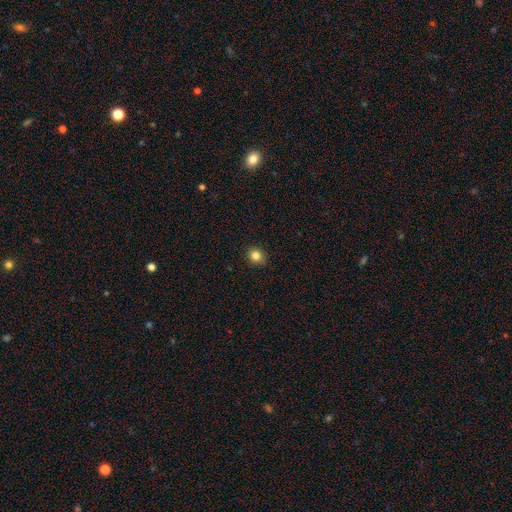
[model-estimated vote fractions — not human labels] smooth_or_featured: smooth (p=0.83) [alt: star or artifact p=0.12]
how_rounded: round (p=0.82) [alt: in between p=0.18]
merging: none (p=0.90) [alt: minor disturbance p=0.07]